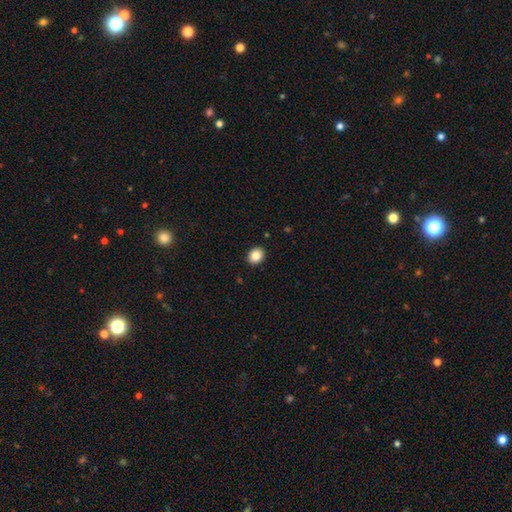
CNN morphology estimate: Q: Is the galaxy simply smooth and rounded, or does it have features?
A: smooth — 85%.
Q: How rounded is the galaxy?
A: round — 59%.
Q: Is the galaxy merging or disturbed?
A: none — 92%.